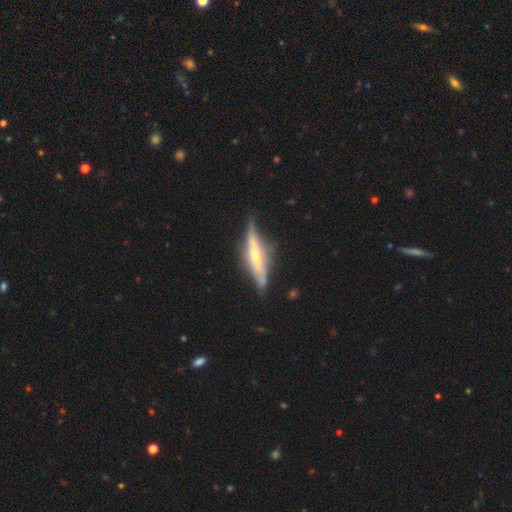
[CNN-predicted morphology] This is likely a featured or disk galaxy (67%). It is clearly viewed edge-on (90%). Edge-on bulge: likely rounded (69%). Merging: likely none (72%).